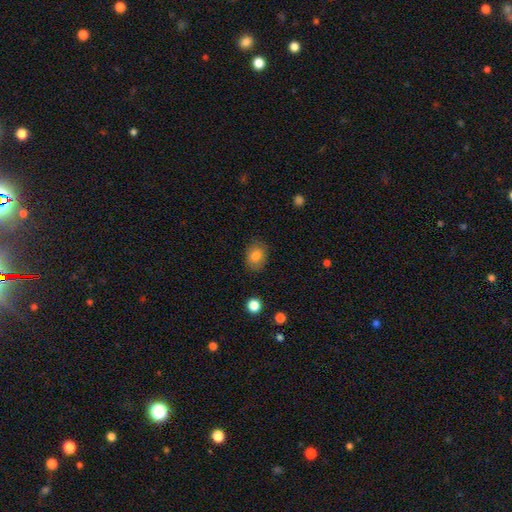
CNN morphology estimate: This is clearly a smooth galaxy (83%). How rounded: possibly in between (58%). Merging: likely none (79%).